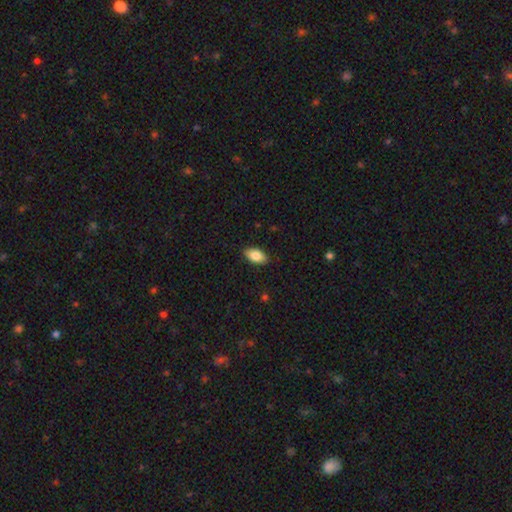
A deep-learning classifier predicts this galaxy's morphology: type=smooth (85%); roundness=in between (93%); merging=none (88%).